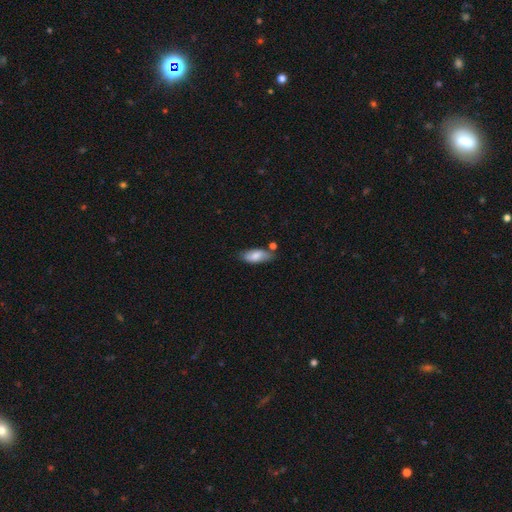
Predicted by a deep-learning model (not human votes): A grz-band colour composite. It shows a smooth galaxy with no disk features (76%) that is in between round and cigar-shaped (84%). Merging: none (70%).